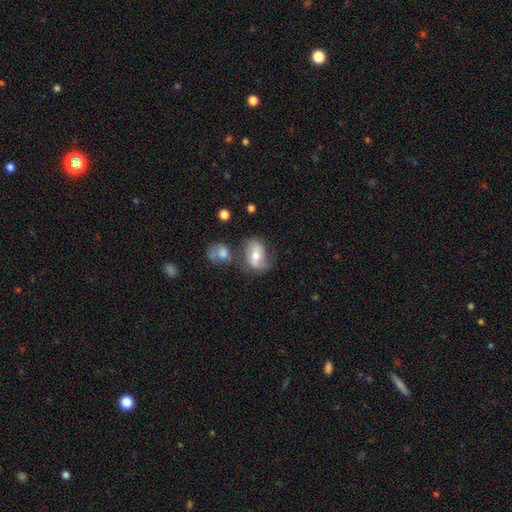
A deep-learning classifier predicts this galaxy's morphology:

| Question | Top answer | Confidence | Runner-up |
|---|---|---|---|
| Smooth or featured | featured or disk | 51% | smooth (42%) |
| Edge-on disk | no | 94% | yes (6%) |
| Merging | none | 52% | minor disturbance (22%) |